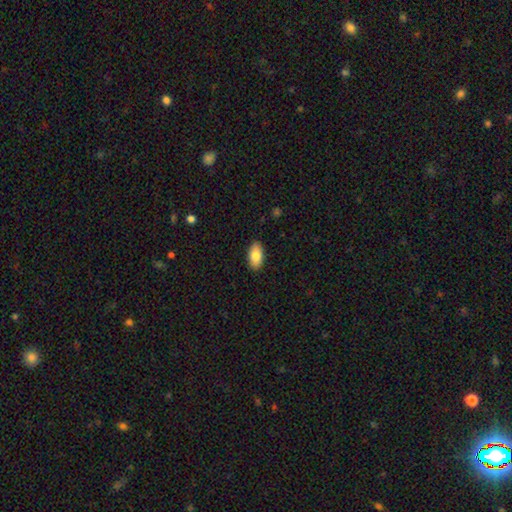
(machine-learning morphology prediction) smooth-or-featured: smooth: 82% | featured or disk: 12% | star or artifact: 7%
  how-rounded: in between: 94% | round: 3% | cigar-shaped: 3%
  merging: none: 89% | minor disturbance: 8% | major disturbance: 2% | merger: 1%